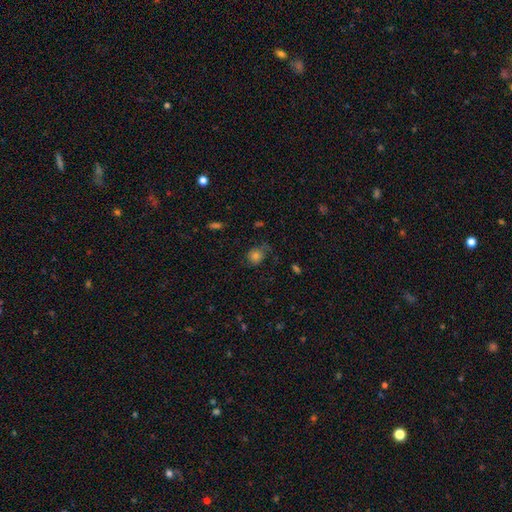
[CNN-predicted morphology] smooth 72%, star or artifact 15%, featured or disk 14%. Down the decision tree: how rounded — round (77%); merging — none (56%).